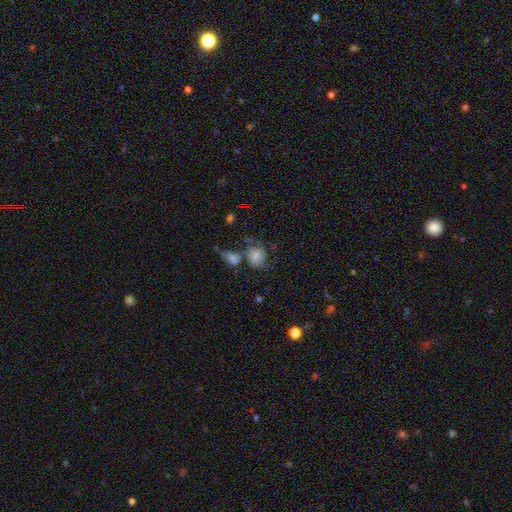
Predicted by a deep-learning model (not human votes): smooth_or_featured: smooth (p=0.52) [alt: featured or disk p=0.37]
how_rounded: round (p=0.50) [alt: in between p=0.48]
merging: none (p=0.41) [alt: merger p=0.24]